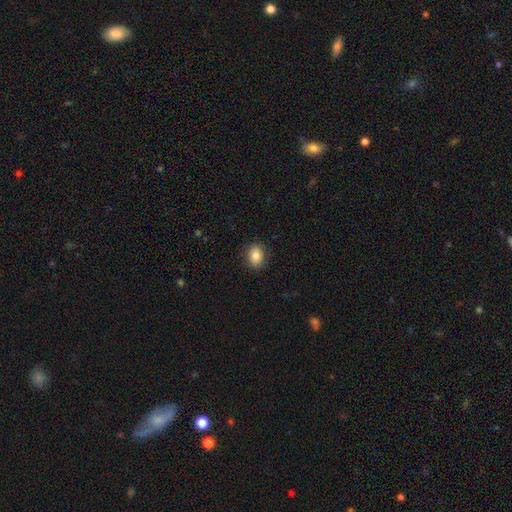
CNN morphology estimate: Smooth or featured?
  - smooth: 81% *
  - featured or disk: 10%
  - star or artifact: 9%
How rounded?
  - in between: 64% *
  - round: 35%
  - cigar-shaped: 1%
Merging?
  - none: 85% *
  - minor disturbance: 11%
  - major disturbance: 3%
  - merger: 1%